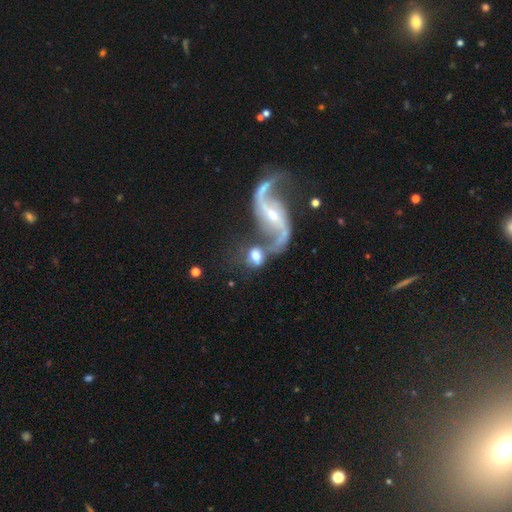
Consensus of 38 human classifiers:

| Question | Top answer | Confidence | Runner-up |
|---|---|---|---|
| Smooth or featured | featured or disk | 82% | smooth (16%) |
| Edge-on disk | no | 94% | yes (6%) |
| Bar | strong | 59% | weak (24%) |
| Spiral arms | yes | 100% | — |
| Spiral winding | loose | 90% | medium (10%) |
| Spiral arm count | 2 | 97% | 1 (3%) |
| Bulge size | small | 76% | moderate (21%) |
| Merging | none | 65% | merger (19%) |